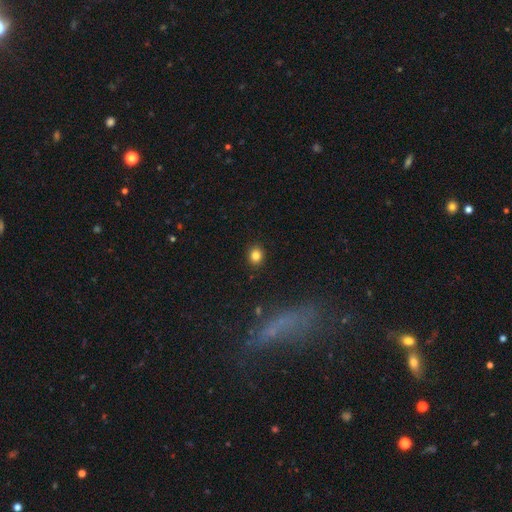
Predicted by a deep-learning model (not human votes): smooth_or_featured: smooth (p=0.82) [alt: star or artifact p=0.12]
how_rounded: round (p=0.81) [alt: in between p=0.18]
merging: none (p=0.91) [alt: minor disturbance p=0.06]